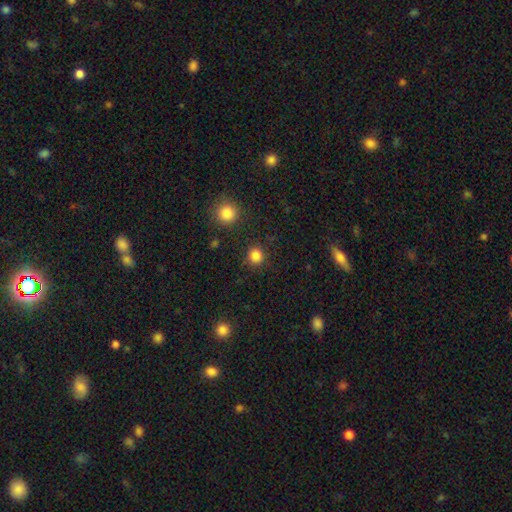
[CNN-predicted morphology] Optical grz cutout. It shows a smooth galaxy with no disk features (83%) that is round (90%). Merging: none (87%).